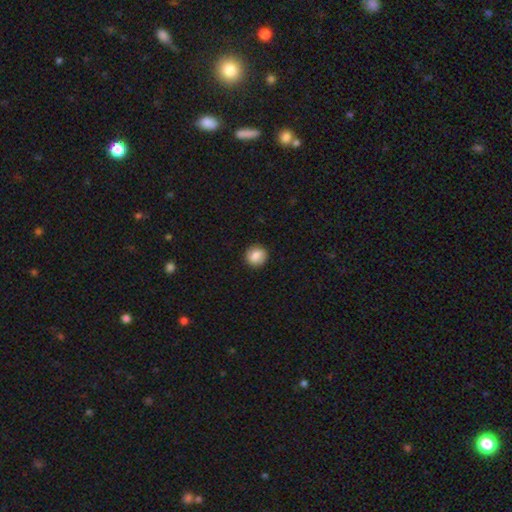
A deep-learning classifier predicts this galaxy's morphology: Smooth or featured: smooth — 84% (star or artifact — 8%)
How rounded: round — 89% (in between — 10%)
Merging: none — 90% (minor disturbance — 7%)